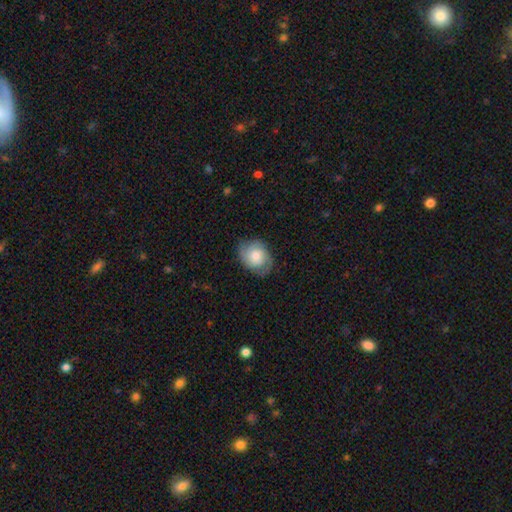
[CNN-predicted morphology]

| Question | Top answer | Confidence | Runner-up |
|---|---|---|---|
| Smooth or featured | smooth | 61% | featured or disk (32%) |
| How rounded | in between | 54% | round (45%) |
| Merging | none | 69% | minor disturbance (23%) |